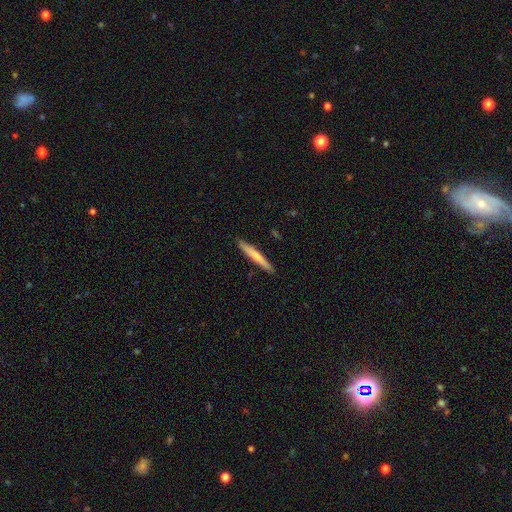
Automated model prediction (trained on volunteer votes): The model was most divided on "smooth or featured": smooth: 68%, featured or disk: 27%, star or artifact: 5%. More confident: how rounded — cigar-shaped (96%); merging — none (91%).